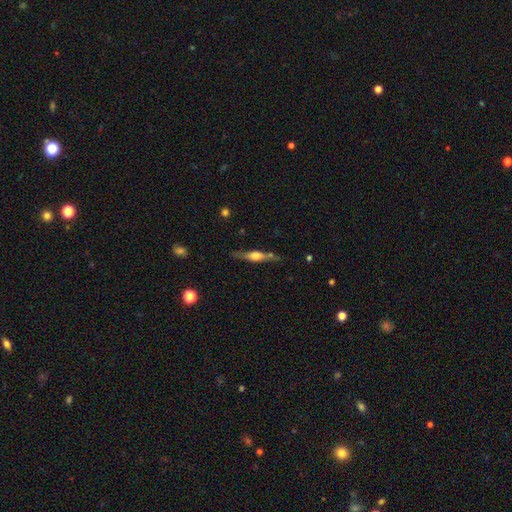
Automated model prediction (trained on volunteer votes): Smooth or featured: featured or disk — 69% (smooth — 25%)
Edge-on disk: yes — 95% (no — 5%)
Edge-on bulge: rounded — 82% (boxy — 15%)
Merging: none — 77% (minor disturbance — 15%)